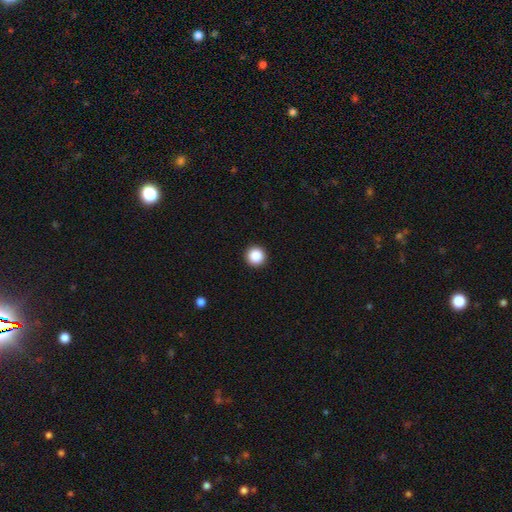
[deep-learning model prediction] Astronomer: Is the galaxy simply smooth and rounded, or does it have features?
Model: smooth — 87%.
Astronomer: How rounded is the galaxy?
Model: round — 96%.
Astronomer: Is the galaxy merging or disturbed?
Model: none — 93%.